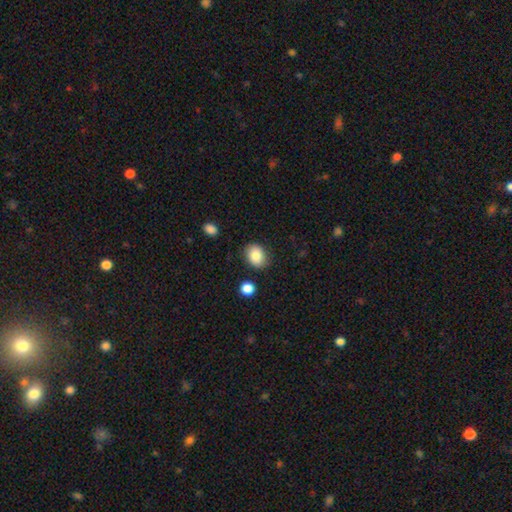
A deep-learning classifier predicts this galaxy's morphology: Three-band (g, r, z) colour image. It shows a smooth galaxy with no disk features (85%) that is in between round and cigar-shaped (54%). Merging: none (83%).